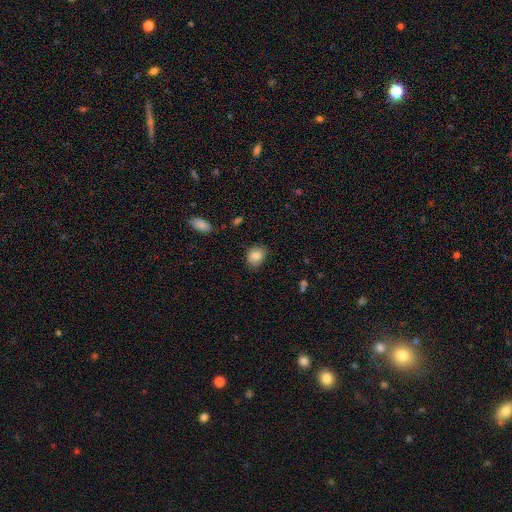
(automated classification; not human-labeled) Morphology: type=smooth (82%); roundness=in between (54%); merging=none (79%).